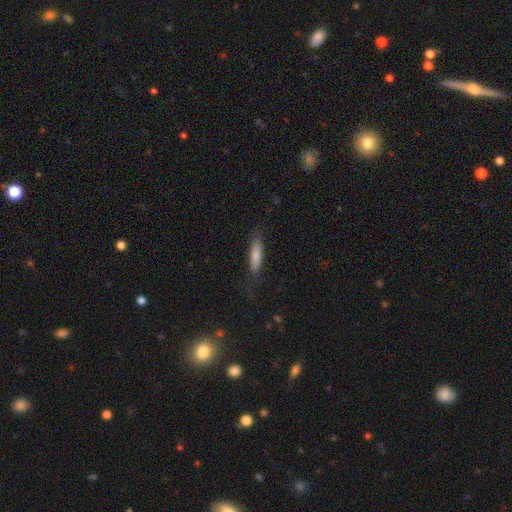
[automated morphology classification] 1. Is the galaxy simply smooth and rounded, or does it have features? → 75% smooth, 19% featured or disk, 6% star or artifact.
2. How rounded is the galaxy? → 61% cigar-shaped, 37% in between, 2% round.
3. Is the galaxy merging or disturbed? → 76% none, 17% minor disturbance, 6% major disturbance, 1% merger.